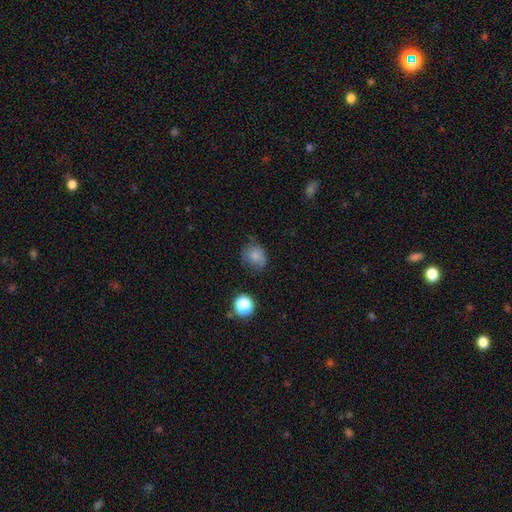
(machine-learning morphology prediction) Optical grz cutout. It shows a smooth galaxy with no disk features (75%) that is round (60%). Merging: none (53%).